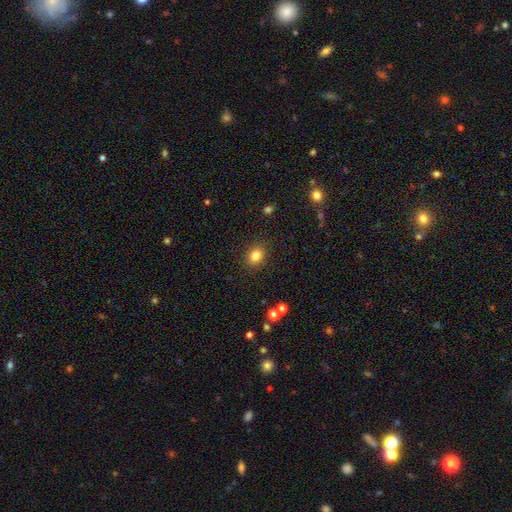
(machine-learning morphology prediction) smooth_or_featured: smooth (p=0.83) [alt: star or artifact p=0.11]
how_rounded: round (p=0.50) [alt: in between p=0.49]
merging: none (p=0.88) [alt: minor disturbance p=0.08]